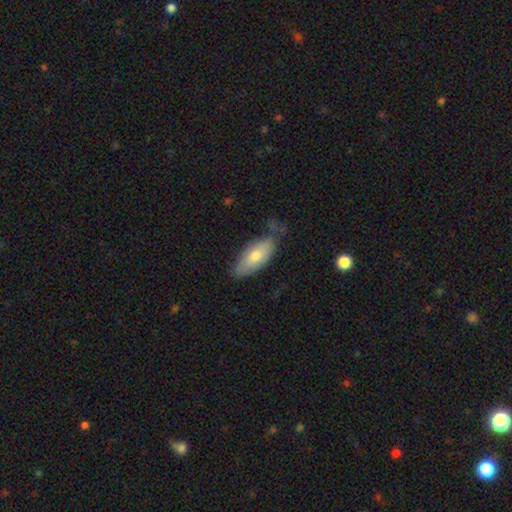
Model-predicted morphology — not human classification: Q: Smooth or featured?
A: smooth (70%); runner-up: featured or disk (24%)
Q: How rounded?
A: in between (81%); runner-up: cigar-shaped (17%)
Q: Merging?
A: none (59%); runner-up: minor disturbance (29%)